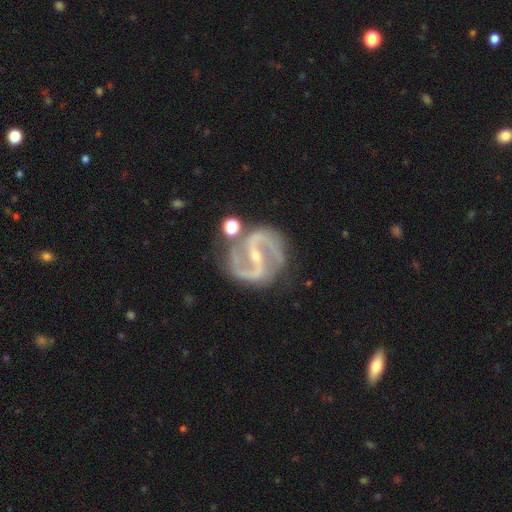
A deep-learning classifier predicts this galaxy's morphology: featured or disk 93%, star or artifact 4%, smooth 3%. Down the decision tree: edge-on disk — no (98%); bar — strong (62%); spiral arms — yes (98%); spiral arm count — 2 (94%); spiral winding — medium (59%); bulge size — small (74%); merging — none (75%).